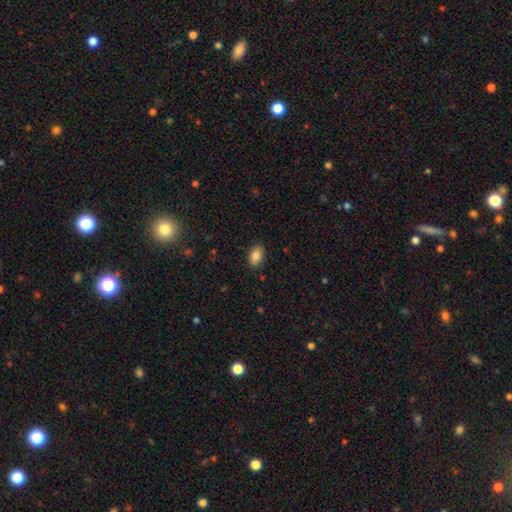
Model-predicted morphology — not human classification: The model was most divided on "smooth or featured": smooth: 85%, star or artifact: 8%, featured or disk: 7%. More confident: how rounded — in between (89%); merging — none (87%).